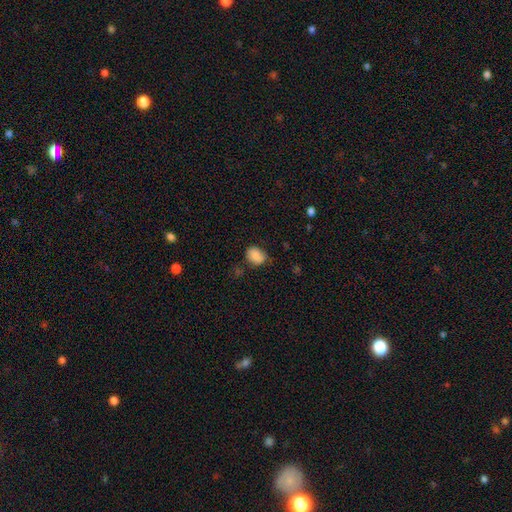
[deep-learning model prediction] smooth-or-featured: smooth: 85% | star or artifact: 8% | featured or disk: 7%
  how-rounded: in between: 65% | round: 34% | cigar-shaped: 1%
  merging: none: 61% | minor disturbance: 29% | major disturbance: 6% | merger: 3%